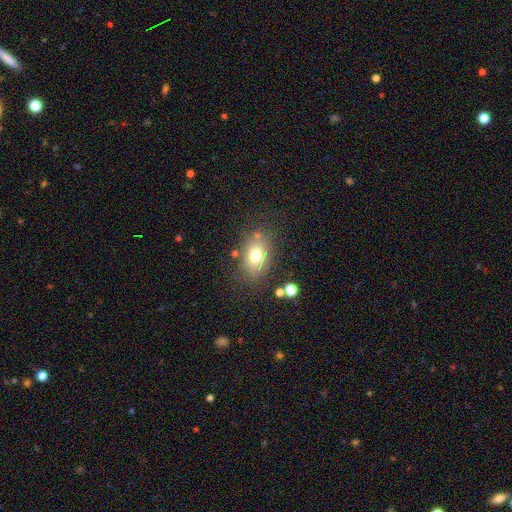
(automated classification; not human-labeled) The model was most divided on "how rounded": in between: 70%, round: 28%, cigar-shaped: 2%. More confident: merging — none (73%); smooth or featured — smooth (70%).